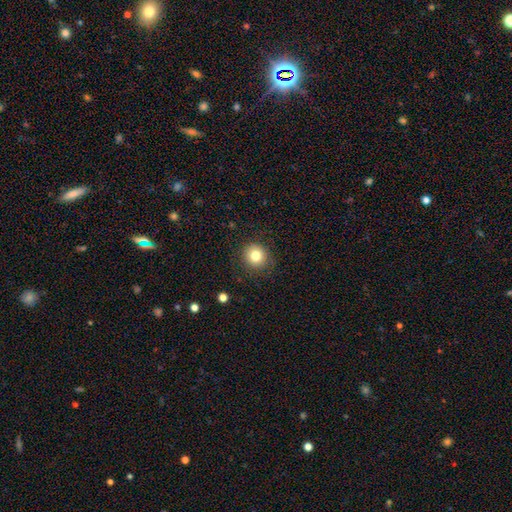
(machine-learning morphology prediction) Smooth or featured? smooth (80%)
How rounded? round (91%)
Merging? none (87%)